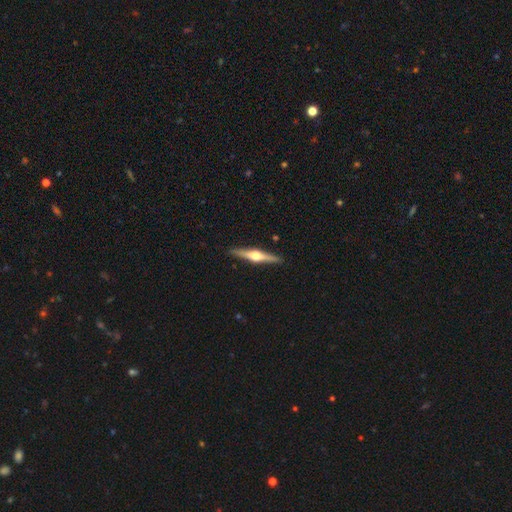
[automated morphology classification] A featured or disk galaxy (76%) viewed edge-on (98%) with a rounded central bulge (95%).

Vote fractions:
- Smooth or featured? featured or disk: 76% / smooth: 19% / star or artifact: 5%
- Edge-on disk? yes: 98% / no: 2%
- Edge-on bulge? rounded: 95% / boxy: 3% / none: 2%
- Merging? none: 91% / minor disturbance: 6% / major disturbance: 1% / merger: 1%